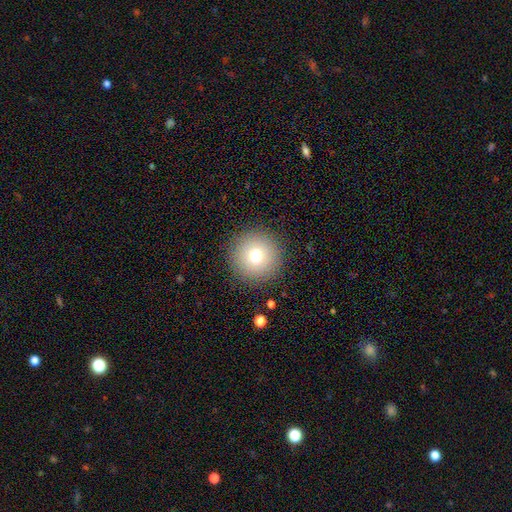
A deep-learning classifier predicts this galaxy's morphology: Smooth or featured? smooth (71%)
How rounded? round (97%)
Merging? none (90%)